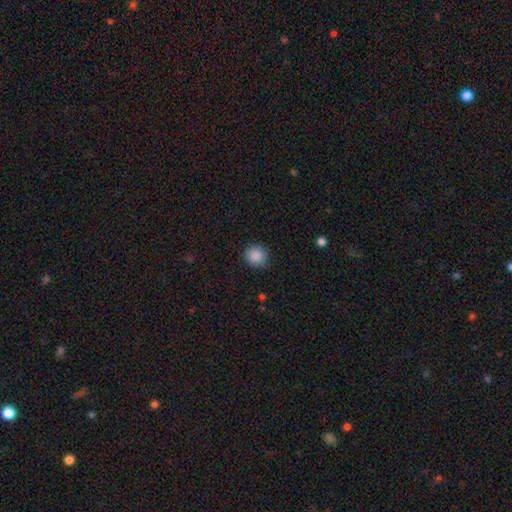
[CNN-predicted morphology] Overall: smooth (88%). How rounded: round (89%). Merging: none (89%).